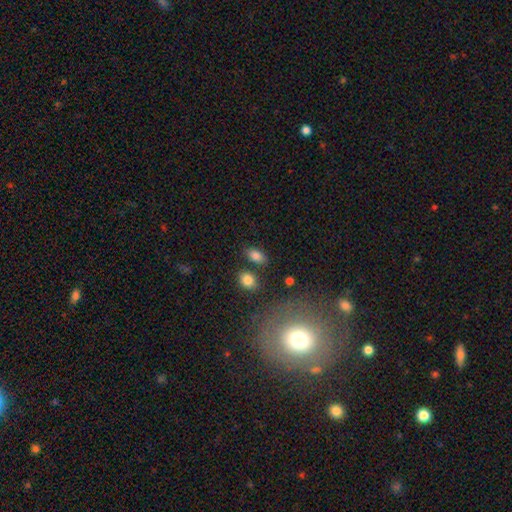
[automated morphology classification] This appears to be a smooth galaxy with no disk features (84%) that is in between round and cigar-shaped (88%). Merging: none (75%).